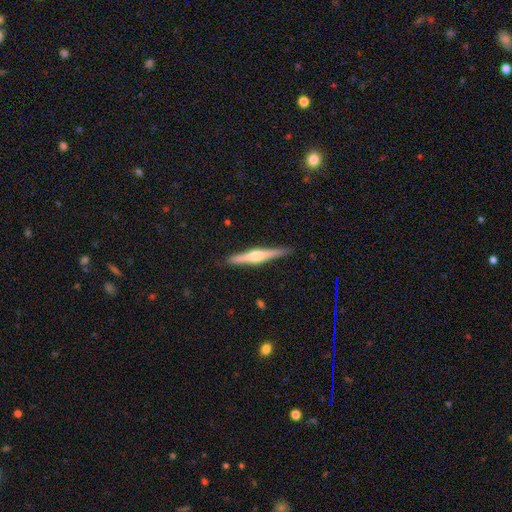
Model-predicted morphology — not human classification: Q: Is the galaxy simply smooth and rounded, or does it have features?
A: featured or disk — 71%.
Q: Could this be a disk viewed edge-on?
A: yes — 98%.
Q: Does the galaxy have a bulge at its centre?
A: rounded — 78%.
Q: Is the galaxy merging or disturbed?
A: none — 89%.